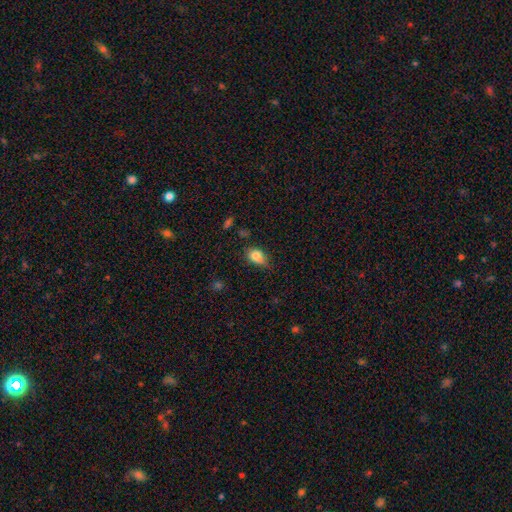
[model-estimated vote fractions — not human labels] smooth 80%, star or artifact 10%, featured or disk 10%. Down the decision tree: how rounded — in between (71%); merging — none (49%).